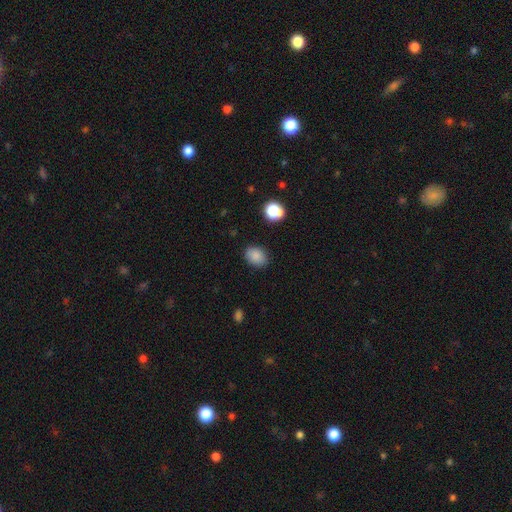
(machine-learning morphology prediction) smooth 85%, star or artifact 10%, featured or disk 4%. Down the decision tree: how rounded — in between (66%); merging — none (85%).